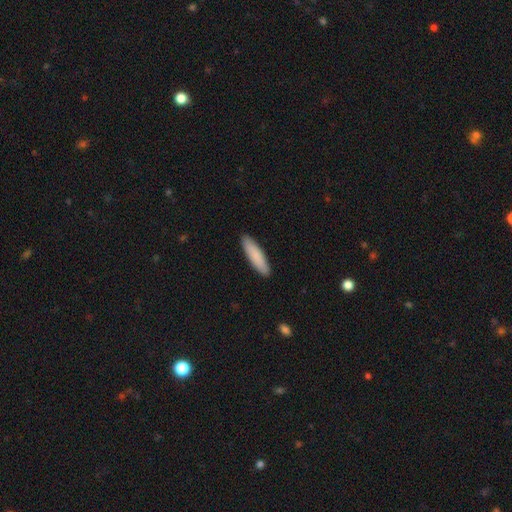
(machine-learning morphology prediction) Smooth or featured?
  - smooth: 87% *
  - featured or disk: 8%
  - star or artifact: 5%
How rounded?
  - cigar-shaped: 73% *
  - in between: 26%
  - round: 1%
Merging?
  - none: 90% *
  - minor disturbance: 7%
  - major disturbance: 1%
  - merger: 1%